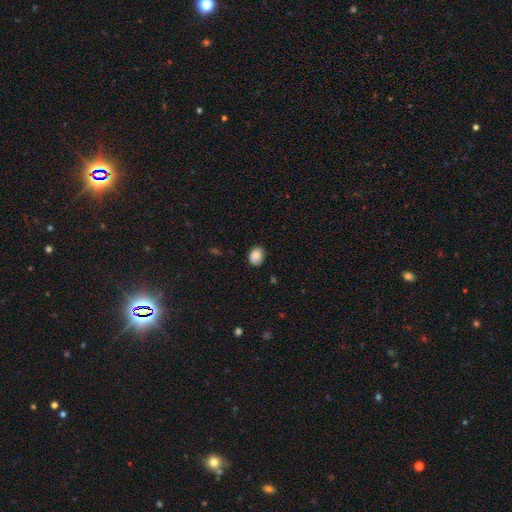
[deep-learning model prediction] smooth-or-featured: smooth: 87% | star or artifact: 8% | featured or disk: 5%
  how-rounded: in between: 57% | round: 42% | cigar-shaped: 1%
  merging: none: 76% | minor disturbance: 20% | major disturbance: 3% | merger: 1%